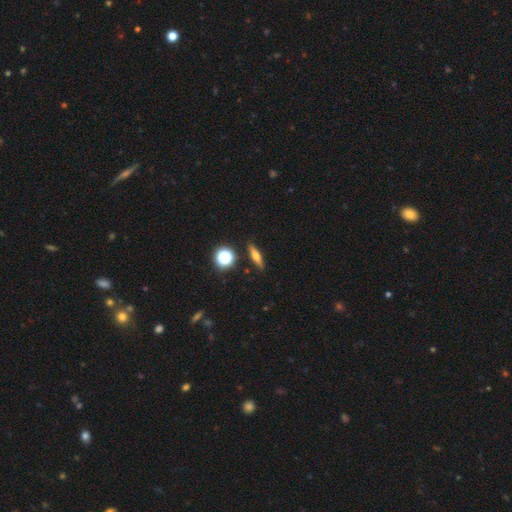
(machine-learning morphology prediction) type=smooth (45%); merging=none (88%).